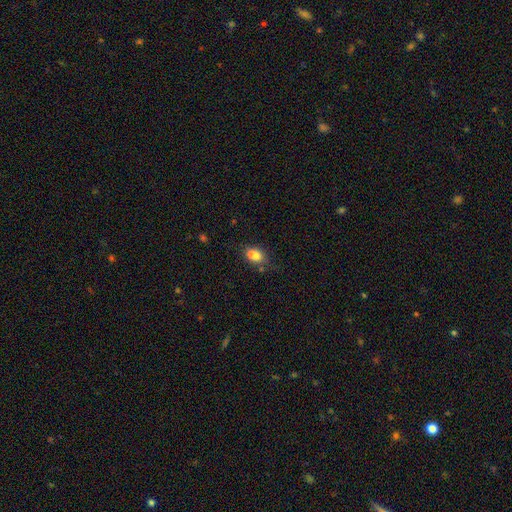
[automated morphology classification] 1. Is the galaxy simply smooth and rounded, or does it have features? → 72% smooth, 16% featured or disk, 11% star or artifact.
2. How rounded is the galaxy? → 65% in between, 33% round, 3% cigar-shaped.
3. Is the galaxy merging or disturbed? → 43% merger, 38% none, 14% minor disturbance, 5% major disturbance.